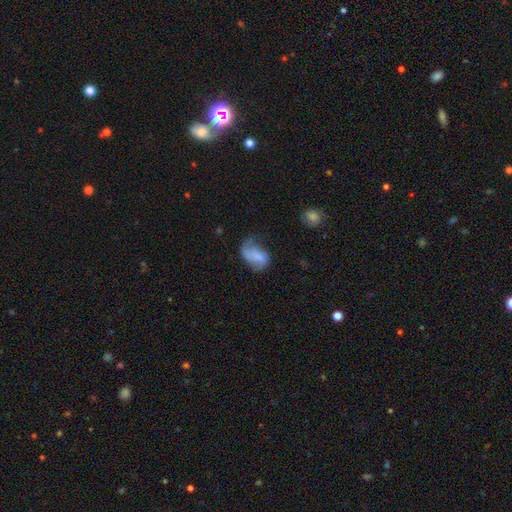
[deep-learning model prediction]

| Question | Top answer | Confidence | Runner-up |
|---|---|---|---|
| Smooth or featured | smooth | 51% | featured or disk (40%) |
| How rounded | in between | 84% | round (14%) |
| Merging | none | 34% | minor disturbance (32%) |